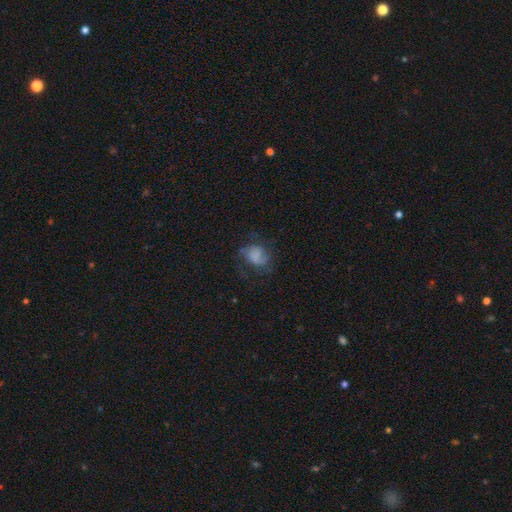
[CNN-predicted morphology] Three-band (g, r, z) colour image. It shows a smooth galaxy with no disk features (45%). Merging: none (52%).